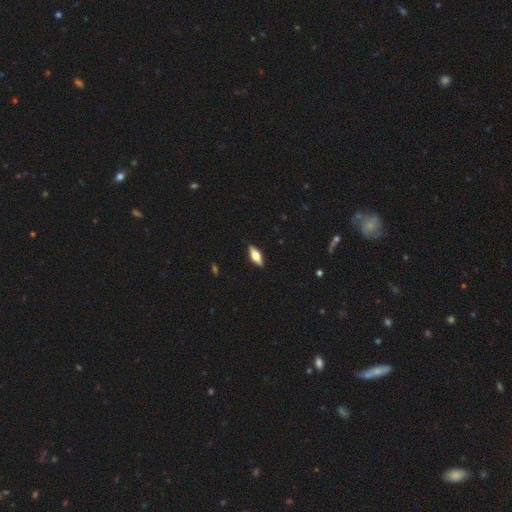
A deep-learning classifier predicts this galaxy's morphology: Overall: smooth (50%; featured or disk 43%). How rounded: in between (70%). Merging: none (89%).